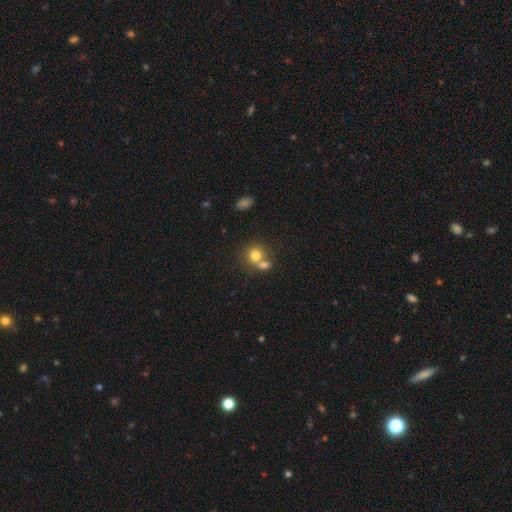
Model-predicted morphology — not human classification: Smooth or featured? smooth (76%)
How rounded? round (79%)
Merging? merger (48%)